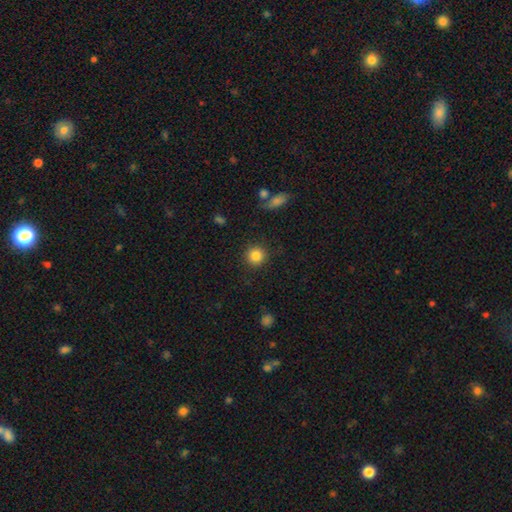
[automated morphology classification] This appears to be a smooth galaxy with no disk features (84%) that is round (93%). Merging: none (89%).